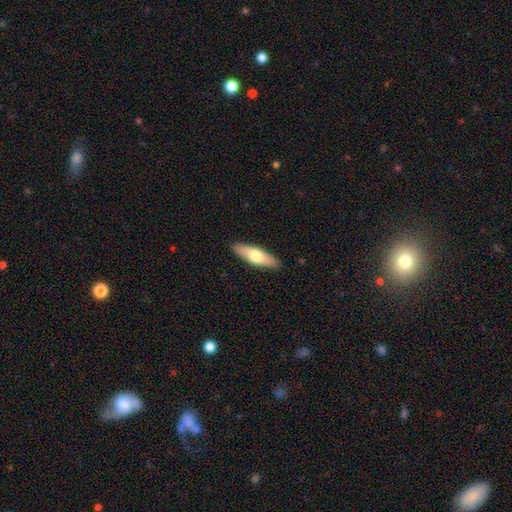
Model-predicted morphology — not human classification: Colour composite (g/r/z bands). It shows a smooth galaxy with no disk features (64%) that is cigar-shaped (55%). Merging: none (90%).